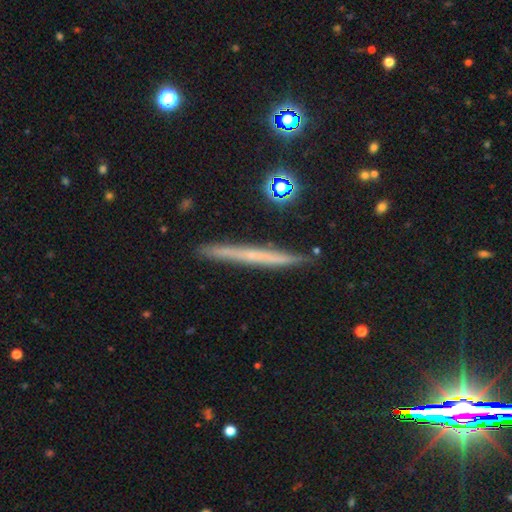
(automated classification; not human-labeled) featured or disk 49%, smooth 41%, star or artifact 10%. Down the decision tree: merging — none (89%).